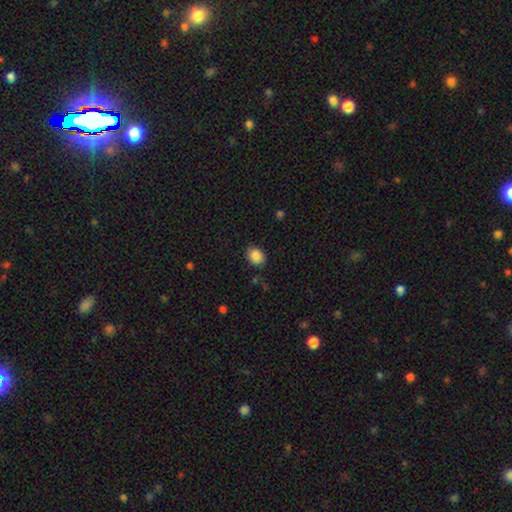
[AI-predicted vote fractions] Overall: smooth (88%). How rounded: in between (50%; round 49%). Merging: none (86%).